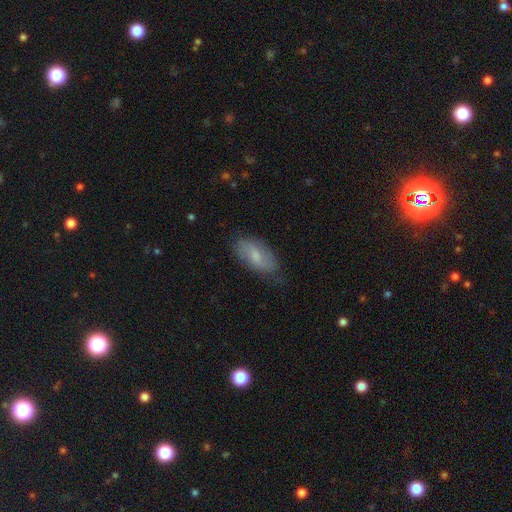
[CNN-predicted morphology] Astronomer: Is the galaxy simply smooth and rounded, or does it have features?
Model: smooth — 60%.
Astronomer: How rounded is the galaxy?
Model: in between — 90%.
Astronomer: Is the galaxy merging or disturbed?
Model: none — 69%.